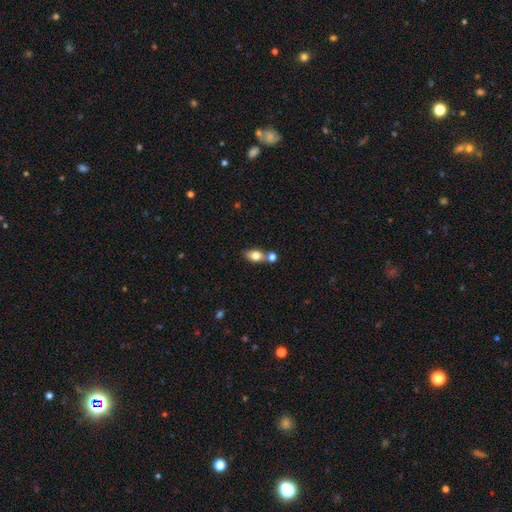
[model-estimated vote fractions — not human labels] Q: Smooth or featured?
A: smooth (78%); runner-up: featured or disk (13%)
Q: How rounded?
A: in between (80%); runner-up: round (16%)
Q: Merging?
A: none (58%); runner-up: merger (27%)